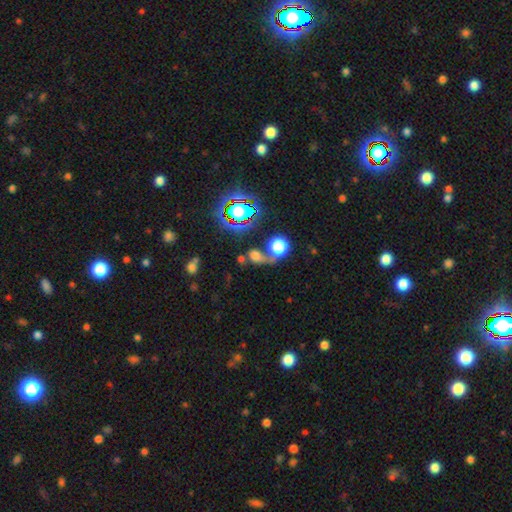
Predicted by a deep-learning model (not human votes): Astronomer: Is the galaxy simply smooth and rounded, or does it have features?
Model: smooth — 53%.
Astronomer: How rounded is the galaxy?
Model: round — 52% (runner-up: in between, 45%).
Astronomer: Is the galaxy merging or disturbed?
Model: merger — 35% (runner-up: none, 33%).